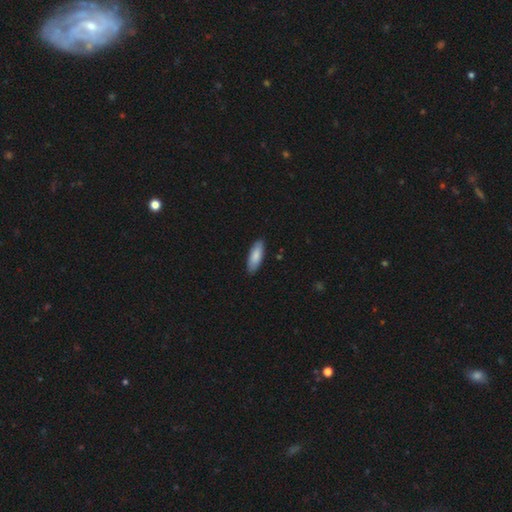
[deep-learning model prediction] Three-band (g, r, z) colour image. It shows a smooth galaxy with no disk features (85%) that is in between round and cigar-shaped (64%). Merging: none (88%).